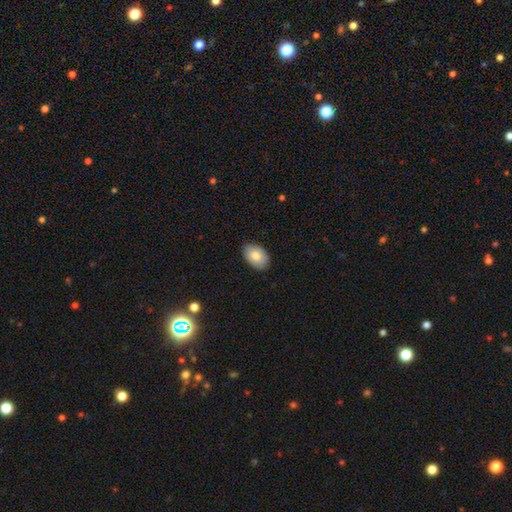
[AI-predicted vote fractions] Q: Smooth or featured?
A: smooth (81%); runner-up: featured or disk (12%)
Q: How rounded?
A: in between (88%); runner-up: round (11%)
Q: Merging?
A: none (86%); runner-up: minor disturbance (11%)